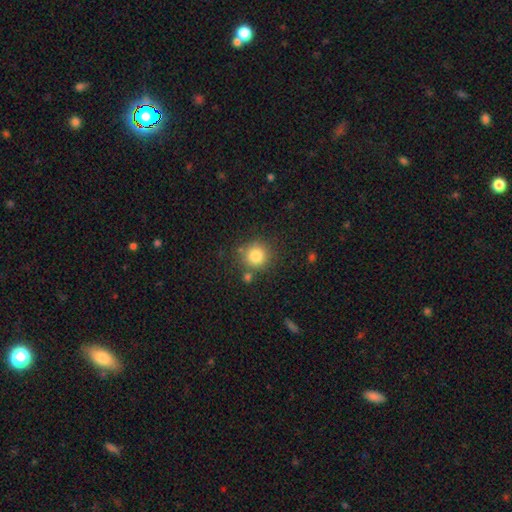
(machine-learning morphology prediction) The model was most divided on "merging": none: 78%, minor disturbance: 10%, merger: 8%, major disturbance: 3%. More confident: how rounded — round (92%); smooth or featured — smooth (82%).